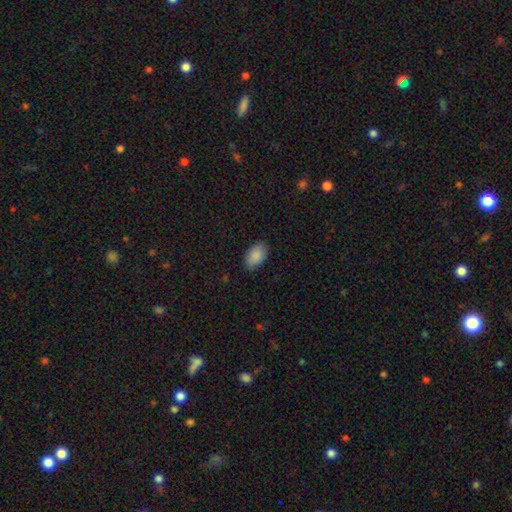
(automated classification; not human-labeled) This appears to be a smooth galaxy with no disk features (88%) that is in between round and cigar-shaped (92%). Merging: none (85%).